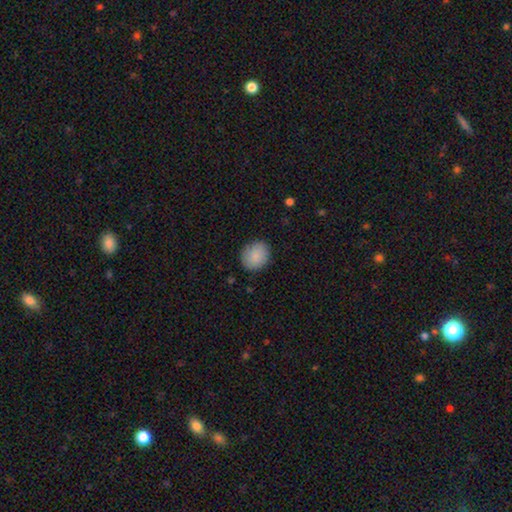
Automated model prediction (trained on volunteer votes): Smooth or featured? Predicted: smooth (p=0.88). How rounded? Predicted: round (p=0.65). Merging? Predicted: none (p=0.86).